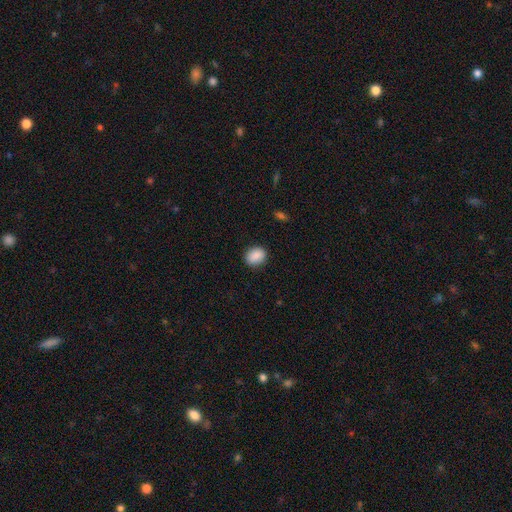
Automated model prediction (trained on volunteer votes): Smooth or featured? Predicted: smooth (p=0.89). How rounded? Predicted: in between (p=0.53). Merging? Predicted: none (p=0.88).